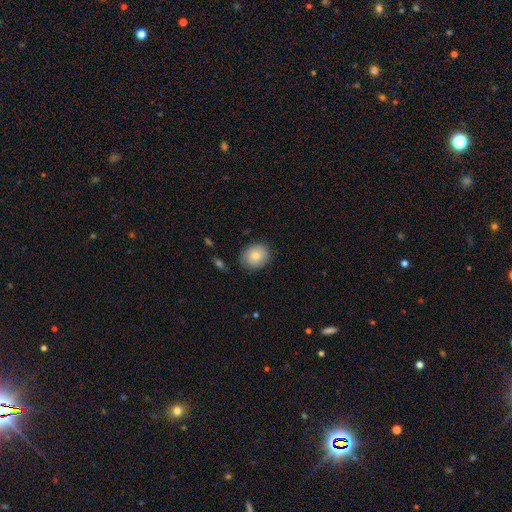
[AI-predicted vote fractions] Morphology: type=smooth (81%); roundness=round (64%); merging=none (83%).